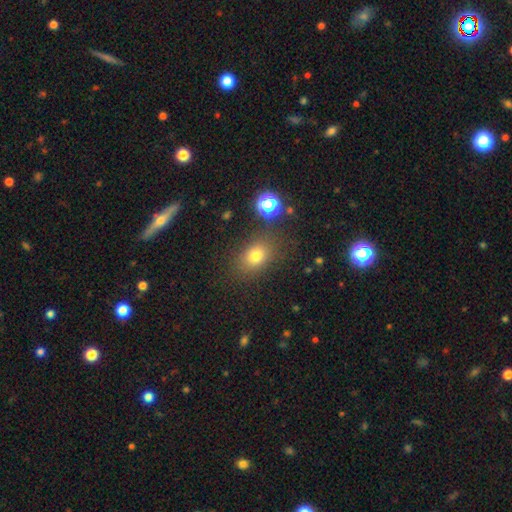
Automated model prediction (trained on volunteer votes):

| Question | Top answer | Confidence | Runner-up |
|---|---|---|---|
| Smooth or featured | smooth | 74% | star or artifact (16%) |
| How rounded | in between | 60% | round (39%) |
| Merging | none | 79% | minor disturbance (12%) |